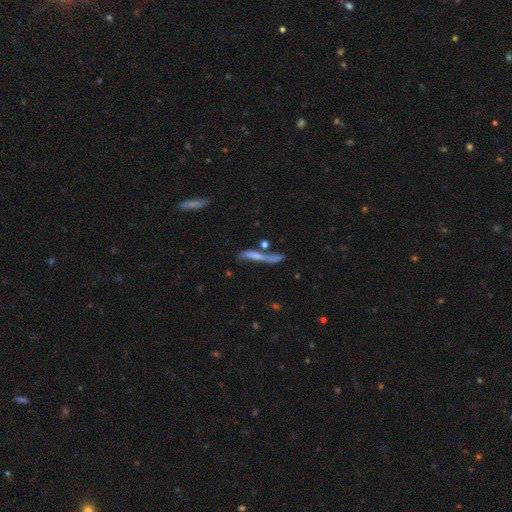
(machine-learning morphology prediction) featured or disk 48%, smooth 41%, star or artifact 11%. Down the decision tree: merging — none (46%).